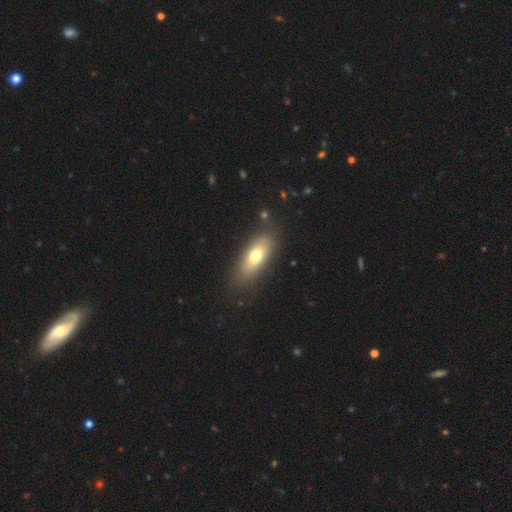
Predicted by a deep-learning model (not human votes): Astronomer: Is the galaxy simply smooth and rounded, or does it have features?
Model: smooth — 67%.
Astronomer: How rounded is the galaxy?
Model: in between — 73%.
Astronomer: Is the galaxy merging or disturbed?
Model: none — 81%.